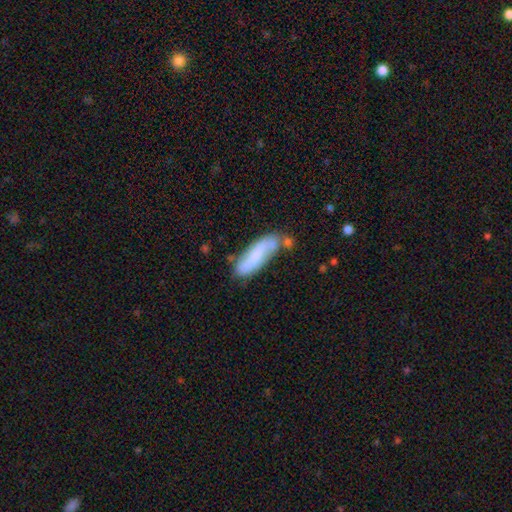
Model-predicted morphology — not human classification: A smooth galaxy with no disk features (57%) that is cigar-shaped (56%). Merging: none (56%).